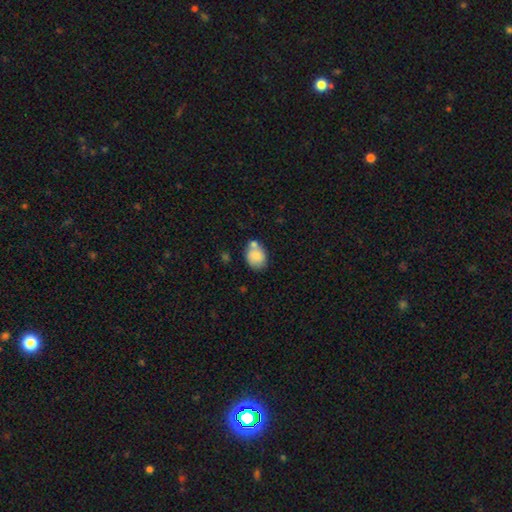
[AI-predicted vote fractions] A smooth galaxy with no disk features (82%) that is in between round and cigar-shaped (51%).

Vote fractions:
- Smooth or featured? smooth: 82% / featured or disk: 10% / star or artifact: 8%
- How rounded? in between: 51% / round: 48% / cigar-shaped: 1%
- Merging? none: 54% / merger: 24% / minor disturbance: 17% / major disturbance: 4%